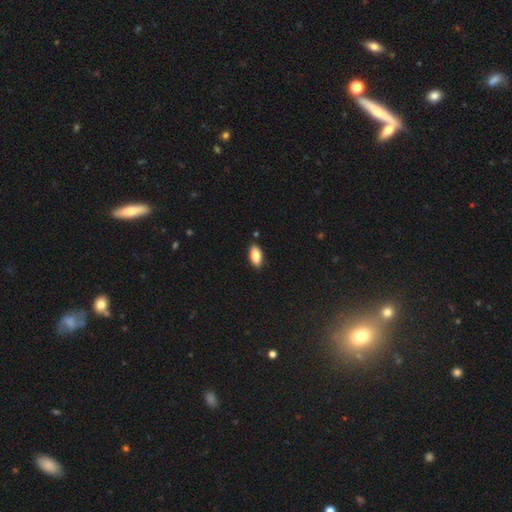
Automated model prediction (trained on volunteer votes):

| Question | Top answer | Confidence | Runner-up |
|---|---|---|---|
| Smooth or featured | smooth | 86% | featured or disk (7%) |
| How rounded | in between | 90% | cigar-shaped (8%) |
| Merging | none | 87% | minor disturbance (10%) |